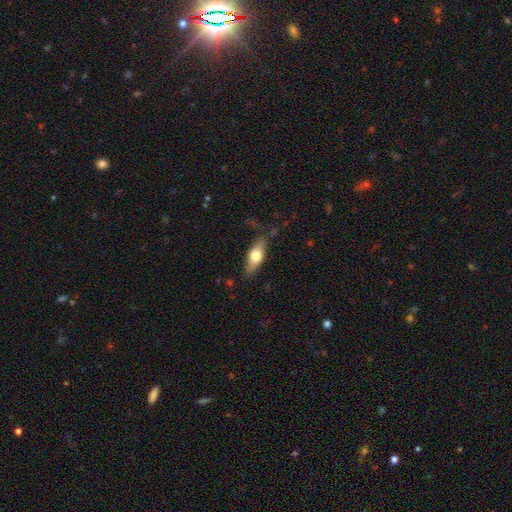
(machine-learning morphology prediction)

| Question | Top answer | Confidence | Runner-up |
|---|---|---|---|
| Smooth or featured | smooth | 57% | featured or disk (37%) |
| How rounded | in between | 68% | cigar-shaped (28%) |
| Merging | none | 73% | minor disturbance (19%) |